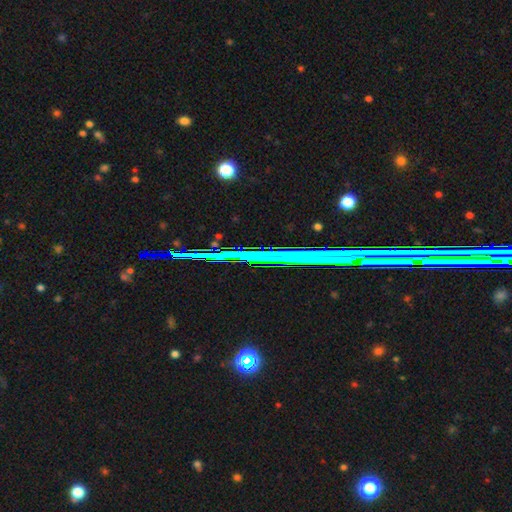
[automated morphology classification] Smooth or featured? Predicted: star or artifact (p=0.69).